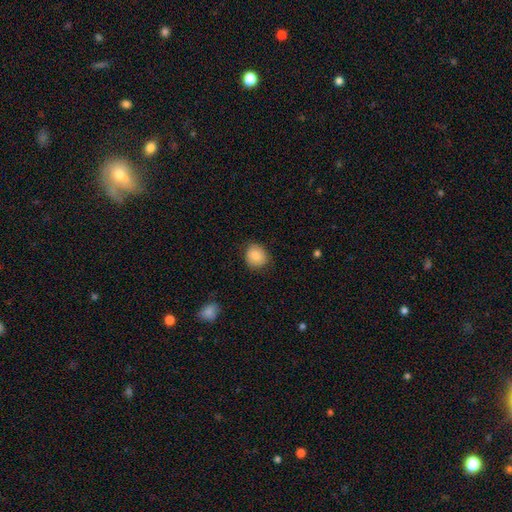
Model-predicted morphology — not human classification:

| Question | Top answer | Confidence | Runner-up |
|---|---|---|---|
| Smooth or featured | smooth | 85% | star or artifact (8%) |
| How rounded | round | 79% | in between (21%) |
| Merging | none | 82% | minor disturbance (14%) |